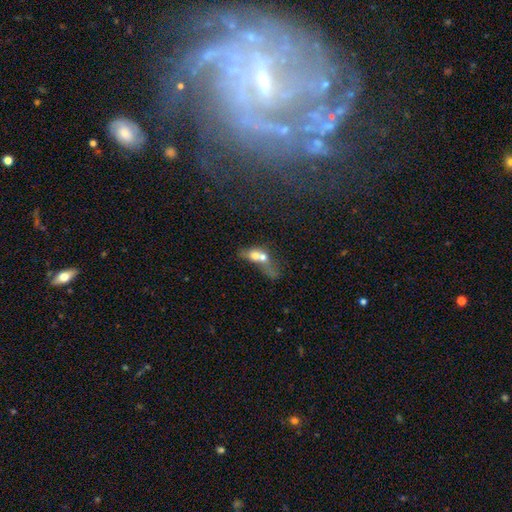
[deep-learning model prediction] Overall: smooth (57%; featured or disk 32%). How rounded: in between (53%; round 38%). Merging: merger (75%).